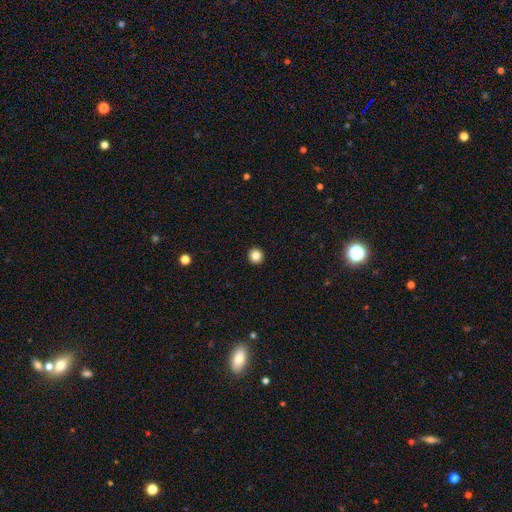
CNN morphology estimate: This appears to be a smooth galaxy with no disk features (85%) that is round (94%). Merging: none (94%).